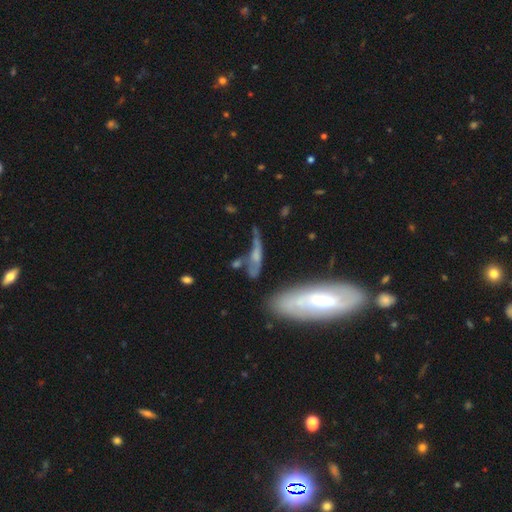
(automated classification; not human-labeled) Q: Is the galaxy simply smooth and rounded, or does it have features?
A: featured or disk — 46%.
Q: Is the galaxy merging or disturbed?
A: none — 40%.